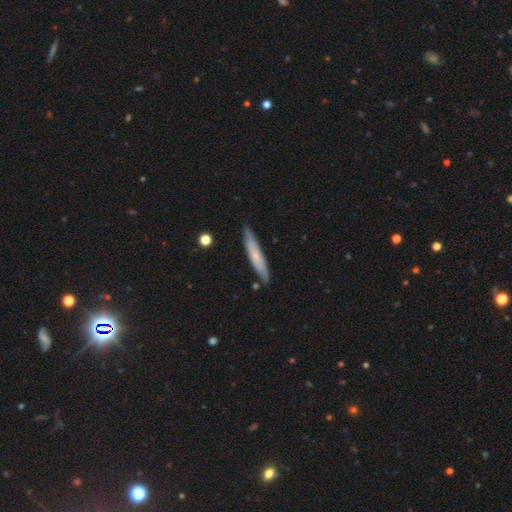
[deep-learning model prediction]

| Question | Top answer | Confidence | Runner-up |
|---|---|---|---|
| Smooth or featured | smooth | 59% | featured or disk (35%) |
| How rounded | cigar-shaped | 93% | in between (6%) |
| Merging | none | 85% | minor disturbance (11%) |